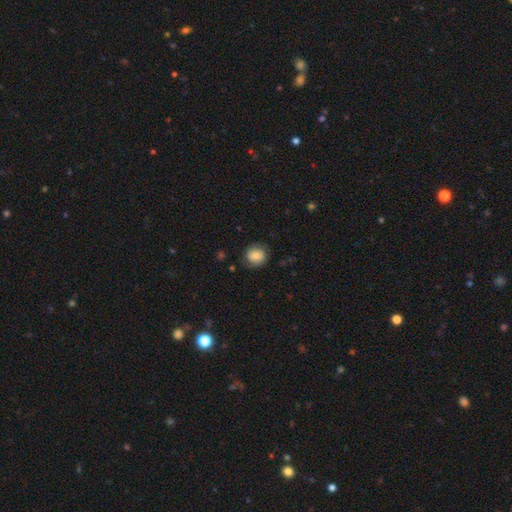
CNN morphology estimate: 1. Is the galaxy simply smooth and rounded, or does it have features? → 74% smooth, 17% featured or disk, 9% star or artifact.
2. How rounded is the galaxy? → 74% round, 25% in between, 1% cigar-shaped.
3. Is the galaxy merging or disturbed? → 73% none, 19% minor disturbance, 6% major disturbance, 1% merger.